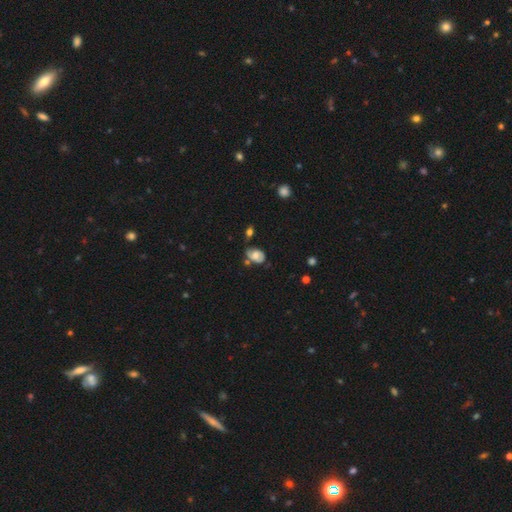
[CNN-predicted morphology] A smooth galaxy with no disk features (46%).

Vote fractions:
- Smooth or featured? smooth: 46% / featured or disk: 45% / star or artifact: 9%
- Merging? none: 46% / minor disturbance: 29% / major disturbance: 13% / merger: 12%